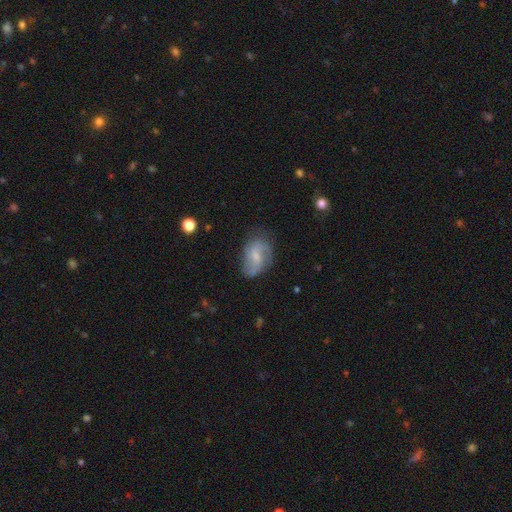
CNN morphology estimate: featured or disk 51%, smooth 41%, star or artifact 8%. Down the decision tree: edge-on disk — no (96%); merging — none (59%).